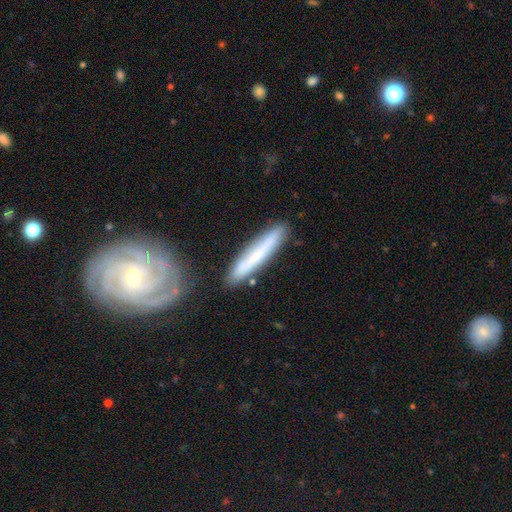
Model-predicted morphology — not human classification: type=smooth (55%); roundness=cigar-shaped (93%); merging=none (82%).